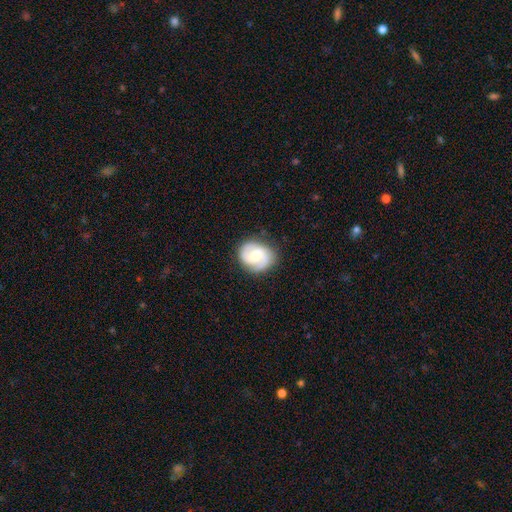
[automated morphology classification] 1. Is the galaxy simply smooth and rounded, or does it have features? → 79% featured or disk, 15% smooth, 5% star or artifact.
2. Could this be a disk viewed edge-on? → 98% no, 2% yes.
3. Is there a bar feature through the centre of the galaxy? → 49% weak, 41% no, 11% strong.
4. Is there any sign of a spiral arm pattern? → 97% yes, 3% no.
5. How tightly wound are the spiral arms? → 49% medium, 36% tight, 15% loose.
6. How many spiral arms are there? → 85% 2, 5% can't tell, 4% 3, 3% 1, 1% 4, 1% more than 4.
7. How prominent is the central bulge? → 49% moderate, 35% small, 8% large, 6% none, 2% dominant.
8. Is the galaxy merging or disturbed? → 80% none, 14% minor disturbance, 5% major disturbance, 1% merger.